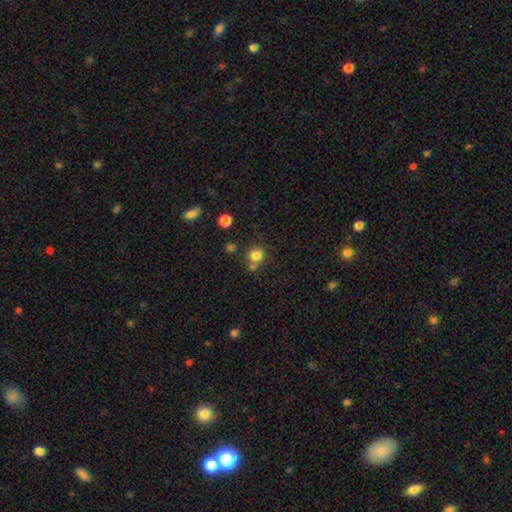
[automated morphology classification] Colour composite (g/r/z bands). It shows a smooth galaxy with no disk features (81%) that is round (89%). Merging: none (65%).